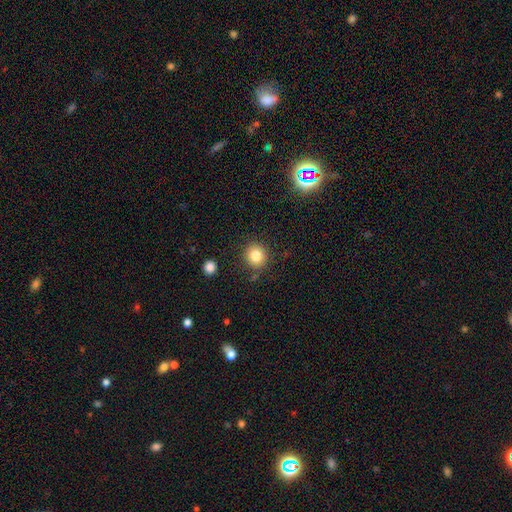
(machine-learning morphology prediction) Smooth or featured?
  - smooth: 83% *
  - star or artifact: 11%
  - featured or disk: 7%
How rounded?
  - round: 89% *
  - in between: 11%
  - cigar-shaped: 1%
Merging?
  - none: 85% *
  - minor disturbance: 9%
  - merger: 3%
  - major disturbance: 3%